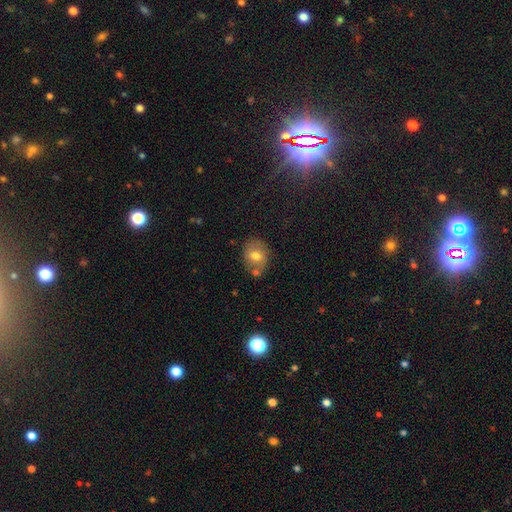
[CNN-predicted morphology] Q: Smooth or featured?
A: smooth (70%); runner-up: featured or disk (21%)
Q: How rounded?
A: round (52%); runner-up: in between (47%)
Q: Merging?
A: none (68%); runner-up: minor disturbance (16%)